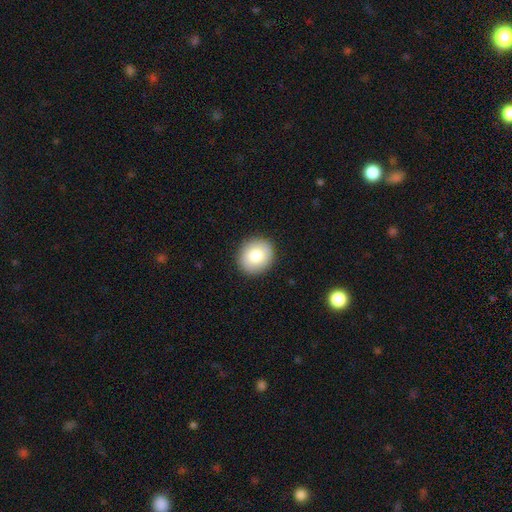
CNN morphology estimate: Smooth or featured: smooth — 82% (featured or disk — 10%)
How rounded: round — 79% (in between — 20%)
Merging: none — 91% (minor disturbance — 6%)